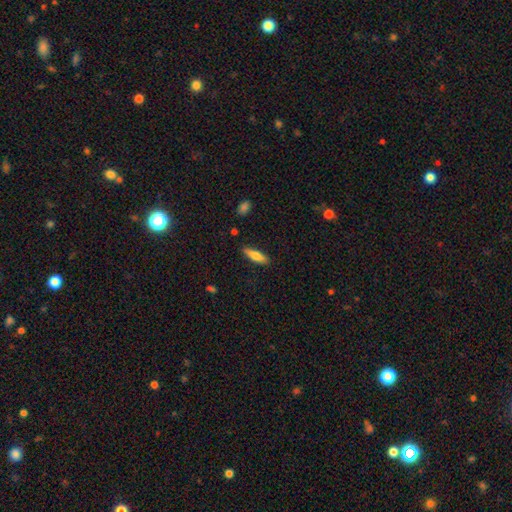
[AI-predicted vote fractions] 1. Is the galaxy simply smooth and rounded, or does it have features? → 71% smooth, 23% featured or disk, 6% star or artifact.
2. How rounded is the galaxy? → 59% cigar-shaped, 39% in between, 2% round.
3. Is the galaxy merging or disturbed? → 86% none, 10% minor disturbance, 2% major disturbance, 2% merger.